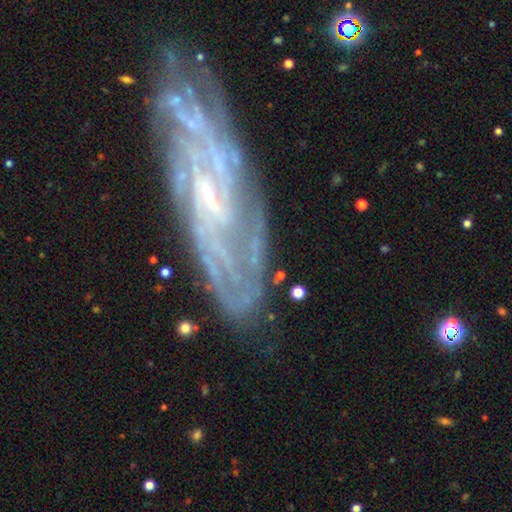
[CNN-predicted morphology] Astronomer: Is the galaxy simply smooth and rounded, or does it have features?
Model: featured or disk — 84%.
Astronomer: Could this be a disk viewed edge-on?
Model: no — 88%.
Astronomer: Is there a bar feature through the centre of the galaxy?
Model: weak — 43% (runner-up: strong, 28%).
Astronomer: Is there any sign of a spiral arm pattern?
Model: yes — 92%.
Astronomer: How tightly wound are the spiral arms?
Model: tight — 55% (runner-up: medium, 33%).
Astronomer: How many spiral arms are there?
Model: can't tell — 38% (runner-up: 2, 23%).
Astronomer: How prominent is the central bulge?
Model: small — 73%.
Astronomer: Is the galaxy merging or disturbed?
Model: none — 71%.